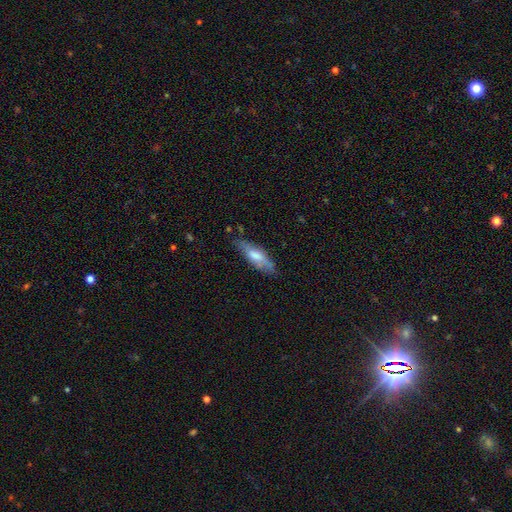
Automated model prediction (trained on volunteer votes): This appears to be a smooth galaxy with no disk features (59%) that is cigar-shaped (55%). Merging: none (71%).